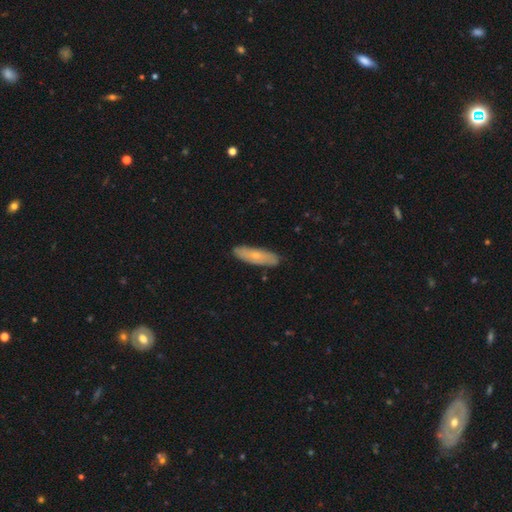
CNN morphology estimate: A smooth galaxy with no disk features (60%) that is cigar-shaped (55%).

Vote fractions:
- Smooth or featured? smooth: 60% / featured or disk: 34% / star or artifact: 6%
- How rounded? cigar-shaped: 55% / in between: 43% / round: 2%
- Merging? none: 86% / minor disturbance: 11% / major disturbance: 2% / merger: 1%